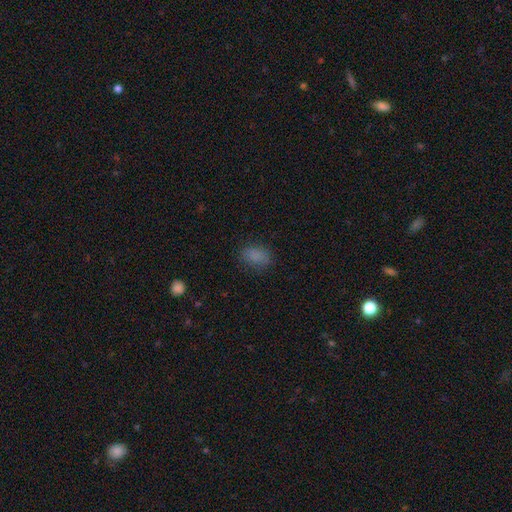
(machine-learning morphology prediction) smooth-or-featured: smooth: 83% | star or artifact: 12% | featured or disk: 5%
  how-rounded: in between: 81% | round: 17% | cigar-shaped: 2%
  merging: none: 80% | minor disturbance: 15% | major disturbance: 5% | merger: 1%